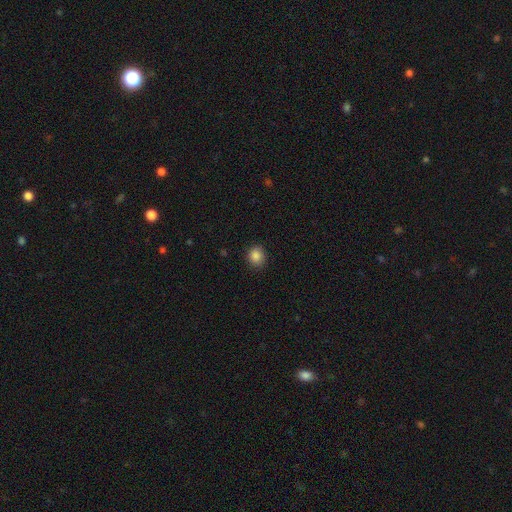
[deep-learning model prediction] Q: Smooth or featured?
A: smooth (86%); runner-up: star or artifact (10%)
Q: How rounded?
A: round (76%); runner-up: in between (23%)
Q: Merging?
A: none (87%); runner-up: minor disturbance (10%)